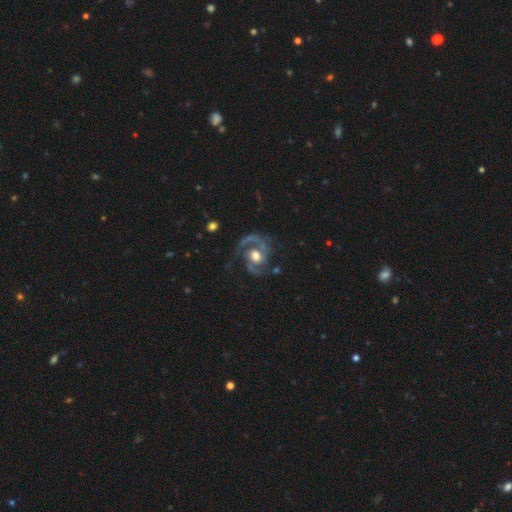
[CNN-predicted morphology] Q: Smooth or featured?
A: featured or disk (87%); runner-up: smooth (8%)
Q: Edge-on disk?
A: no (98%); runner-up: yes (2%)
Q: Bar?
A: no (61%); runner-up: weak (31%)
Q: Spiral arms?
A: yes (95%); runner-up: no (5%)
Q: Spiral winding?
A: medium (55%); runner-up: tight (24%)
Q: Spiral arm count?
A: 2 (82%); runner-up: 1 (10%)
Q: Bulge size?
A: moderate (56%); runner-up: large (33%)
Q: Merging?
A: none (65%); runner-up: minor disturbance (17%)